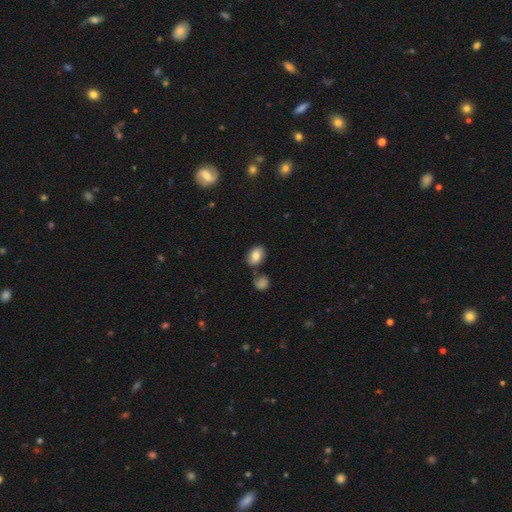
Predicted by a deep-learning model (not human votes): smooth_or_featured: smooth (p=0.81) [alt: featured or disk p=0.11]
how_rounded: in between (p=0.81) [alt: round p=0.17]
merging: none (p=0.71) [alt: minor disturbance p=0.15]